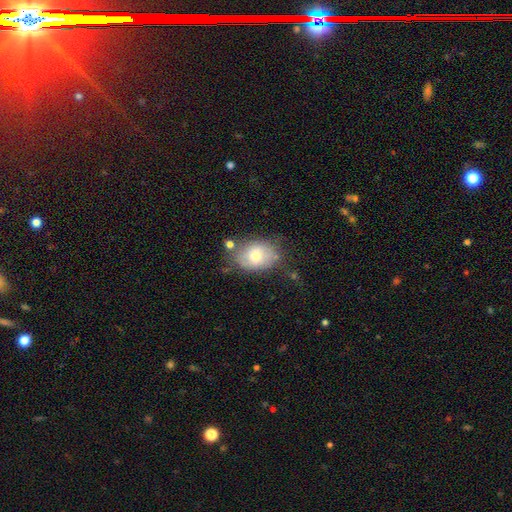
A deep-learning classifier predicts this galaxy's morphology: smooth_or_featured: smooth (p=0.68) [alt: featured or disk p=0.23]
how_rounded: in between (p=0.67) [alt: round p=0.31]
merging: none (p=0.61) [alt: minor disturbance p=0.23]